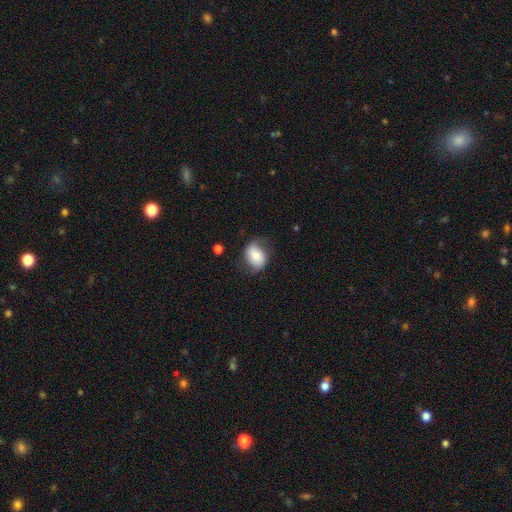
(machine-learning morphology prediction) Overall: smooth (62%; featured or disk 30%). How rounded: in between (64%; round 35%). Merging: none (58%; minor disturbance 28%).